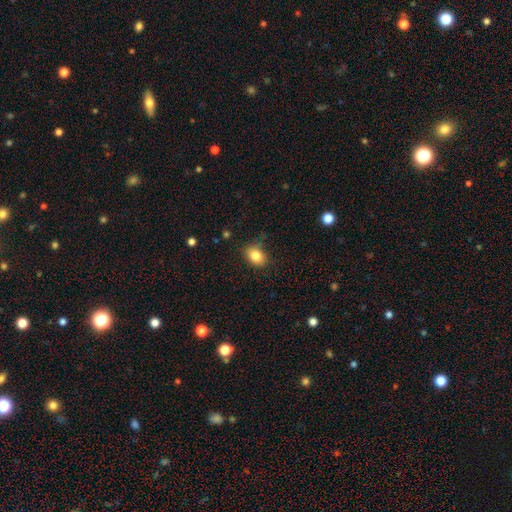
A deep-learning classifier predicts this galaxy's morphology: Overall: smooth (83%). How rounded: in between (72%). Merging: none (80%).